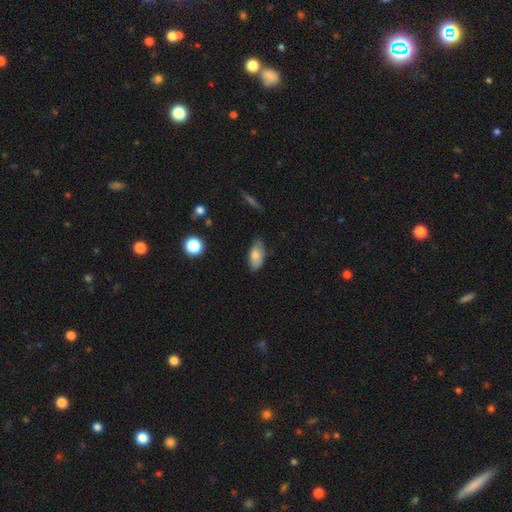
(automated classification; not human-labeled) Smooth or featured?
  - smooth: 78% *
  - featured or disk: 15%
  - star or artifact: 7%
How rounded?
  - in between: 91% *
  - cigar-shaped: 5%
  - round: 4%
Merging?
  - none: 73% *
  - minor disturbance: 22%
  - major disturbance: 3%
  - merger: 2%